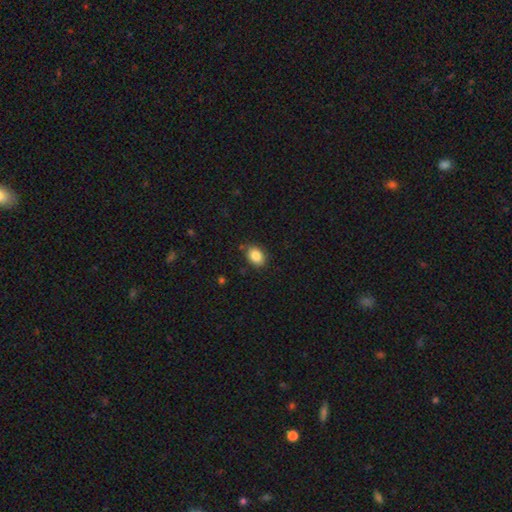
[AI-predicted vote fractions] Smooth or featured: smooth — 86% (star or artifact — 9%)
How rounded: in between — 77% (round — 22%)
Merging: none — 82% (minor disturbance — 13%)